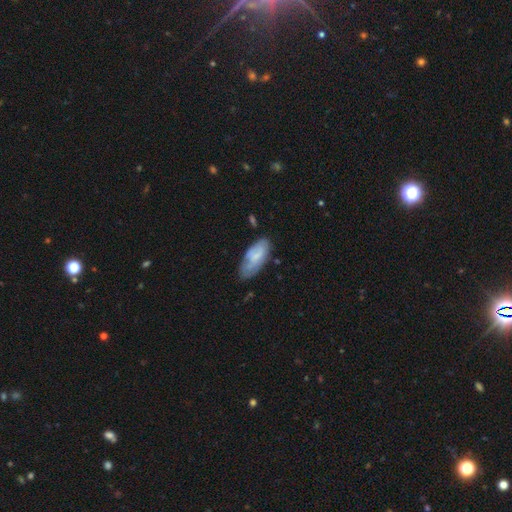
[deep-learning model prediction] Smooth or featured?
  - smooth: 62% *
  - featured or disk: 31%
  - star or artifact: 6%
How rounded?
  - in between: 84% *
  - cigar-shaped: 15%
  - round: 2%
Merging?
  - none: 59% *
  - minor disturbance: 30%
  - major disturbance: 8%
  - merger: 3%